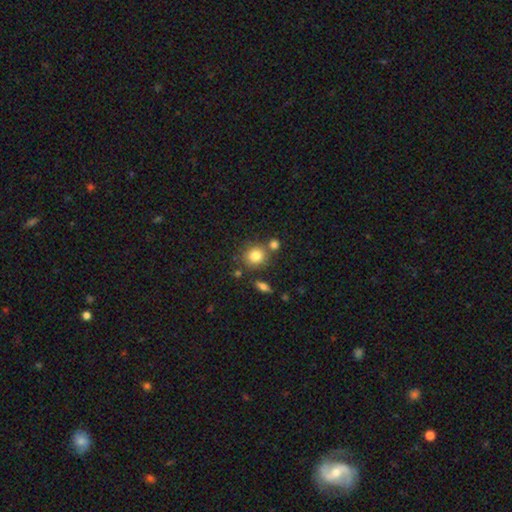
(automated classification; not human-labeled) Smooth or featured? smooth (82%)
How rounded? round (81%)
Merging? none (70%)